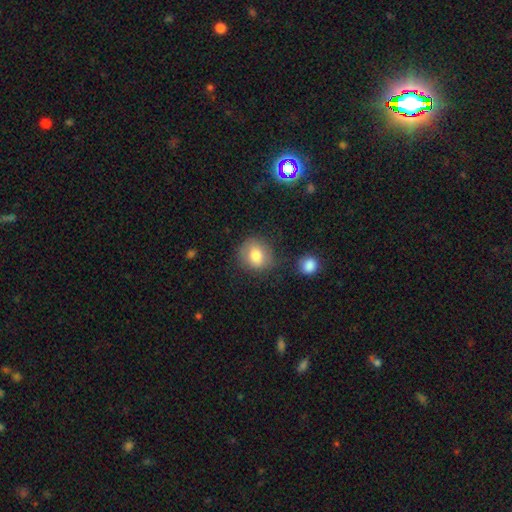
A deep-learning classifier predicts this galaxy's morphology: smooth-or-featured: smooth: 79% | featured or disk: 12% | star or artifact: 9%
  how-rounded: round: 71% | in between: 28% | cigar-shaped: 1%
  merging: none: 71% | minor disturbance: 18% | major disturbance: 6% | merger: 5%